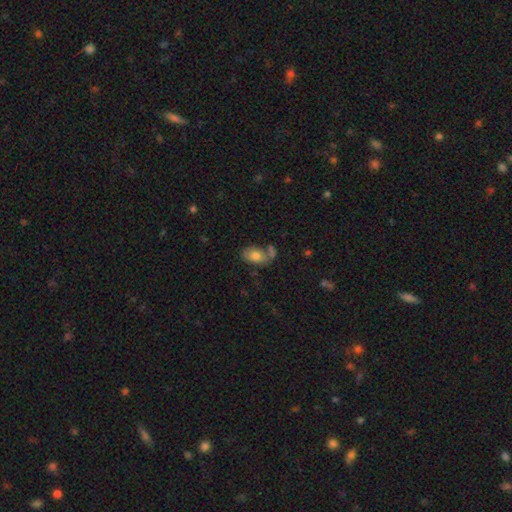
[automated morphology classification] smooth 77%, featured or disk 15%, star or artifact 8%. Down the decision tree: how rounded — in between (89%); merging — none (49%).